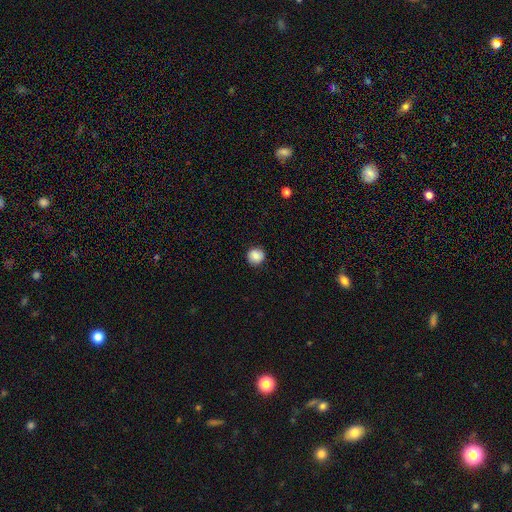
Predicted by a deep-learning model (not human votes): smooth 86%, star or artifact 9%, featured or disk 5%. Down the decision tree: how rounded — round (93%); merging — none (89%).